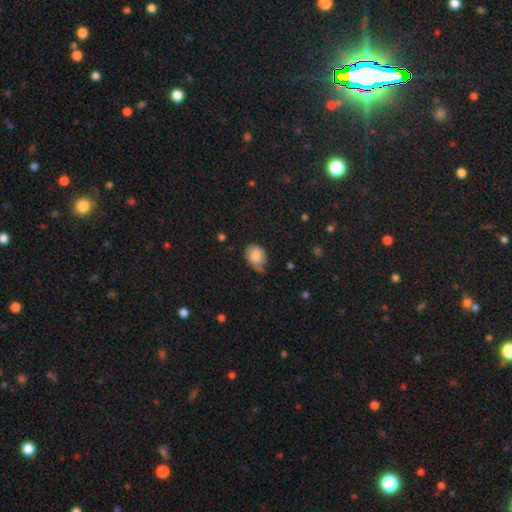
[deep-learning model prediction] Smooth or featured? Predicted: smooth (p=0.77). How rounded? Predicted: in between (p=0.61). Merging? Predicted: none (p=0.43).